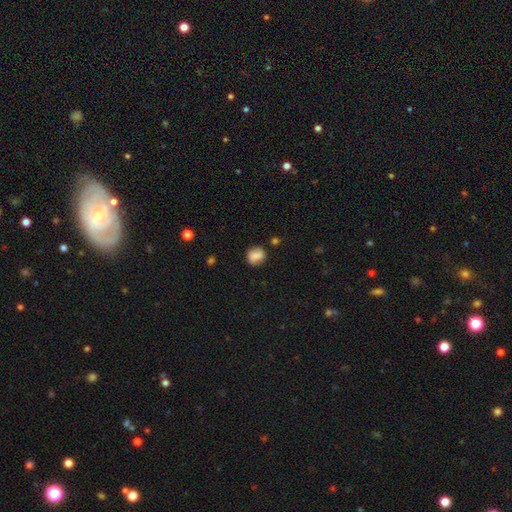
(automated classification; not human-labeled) A smooth galaxy with no disk features (64%) that is round (65%). Merging: none (63%).